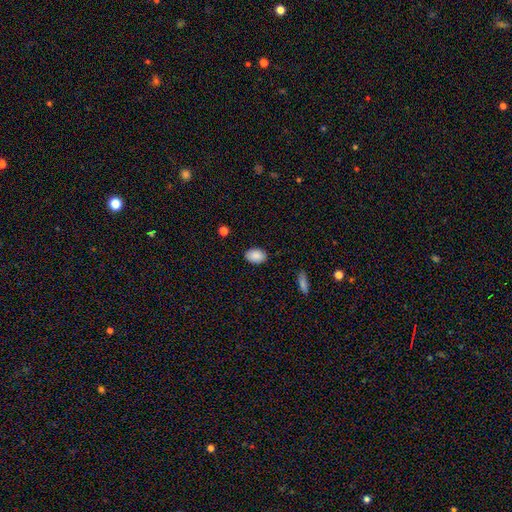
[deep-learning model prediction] smooth_or_featured: smooth (p=0.89) [alt: star or artifact p=0.07]
how_rounded: in between (p=0.88) [alt: round p=0.11]
merging: none (p=0.87) [alt: minor disturbance p=0.09]